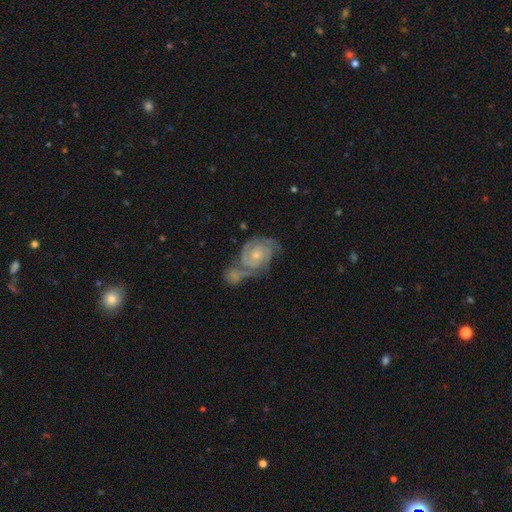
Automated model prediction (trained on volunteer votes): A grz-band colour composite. It shows a featured or disk galaxy (87%) with no bar (73%), 2 (57%) tight (64%) spiral arms (97%) and a small central bulge (57%). Merging: none (39%).